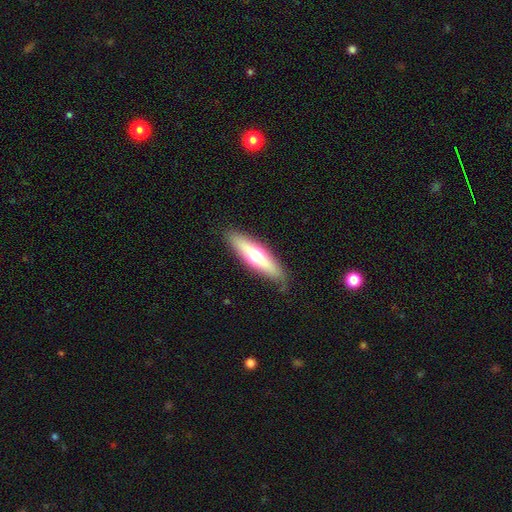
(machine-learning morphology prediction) A smooth galaxy with no disk features (54%) that is cigar-shaped (65%). Merging: none (85%).